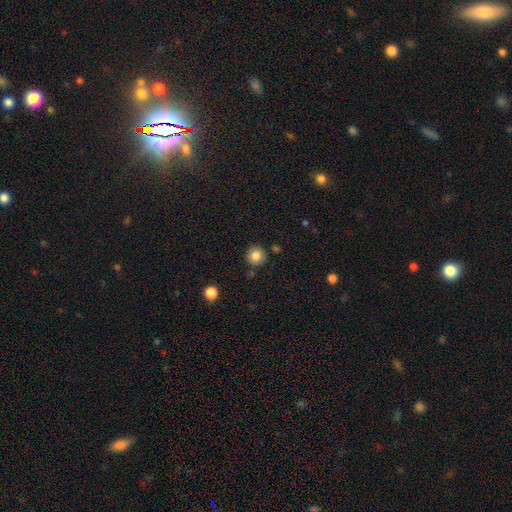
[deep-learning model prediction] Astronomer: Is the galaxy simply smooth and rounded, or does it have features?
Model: smooth — 82%.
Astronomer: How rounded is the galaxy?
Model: round — 93%.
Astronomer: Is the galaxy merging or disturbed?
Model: none — 87%.